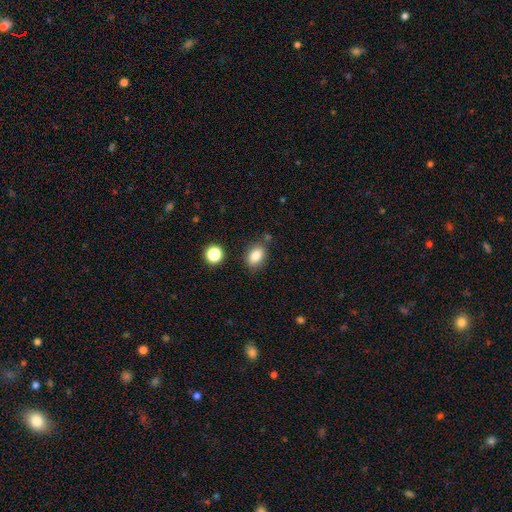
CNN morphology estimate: A smooth galaxy with no disk features (84%) that is in between round and cigar-shaped (80%).

Vote fractions:
- Smooth or featured? smooth: 84% / star or artifact: 10% / featured or disk: 7%
- How rounded? in between: 80% / round: 19% / cigar-shaped: 2%
- Merging? none: 77% / minor disturbance: 14% / merger: 5% / major disturbance: 4%